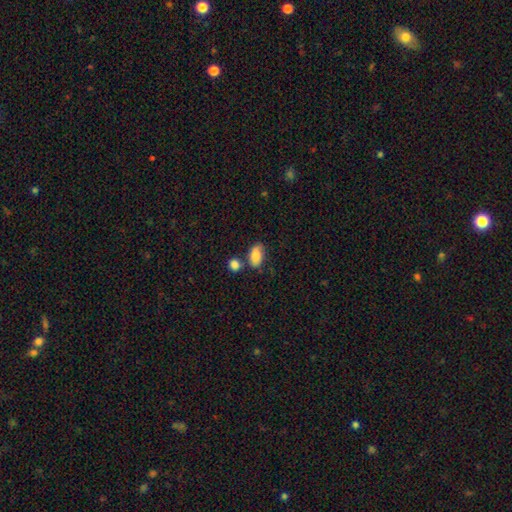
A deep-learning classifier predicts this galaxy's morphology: smooth 81%, featured or disk 11%, star or artifact 8%. Down the decision tree: how rounded — in between (90%); merging — none (60%).